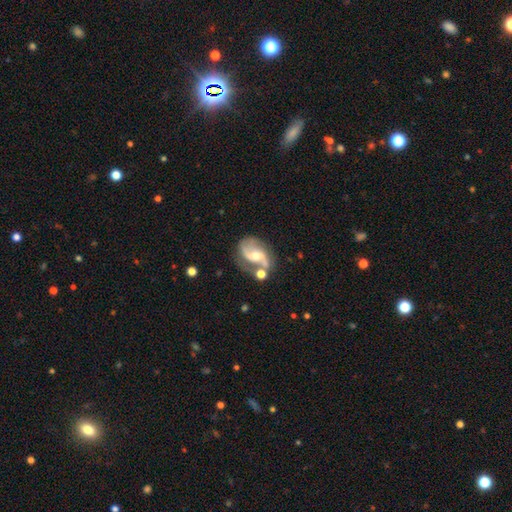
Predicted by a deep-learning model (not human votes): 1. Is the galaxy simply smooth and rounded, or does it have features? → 82% featured or disk, 12% smooth, 6% star or artifact.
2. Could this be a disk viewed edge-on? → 97% no, 3% yes.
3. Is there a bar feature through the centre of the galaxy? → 45% no, 38% weak, 16% strong.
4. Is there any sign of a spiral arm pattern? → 94% yes, 6% no.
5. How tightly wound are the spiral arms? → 46% loose, 42% medium, 12% tight.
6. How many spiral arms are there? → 88% 2, 5% 1, 4% can't tell, 1% 3, 1% 4, 1% more than 4.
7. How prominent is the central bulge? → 58% moderate, 36% small, 3% large, 2% none, 1% dominant.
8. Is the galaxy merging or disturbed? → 56% none, 19% minor disturbance, 15% merger, 10% major disturbance.